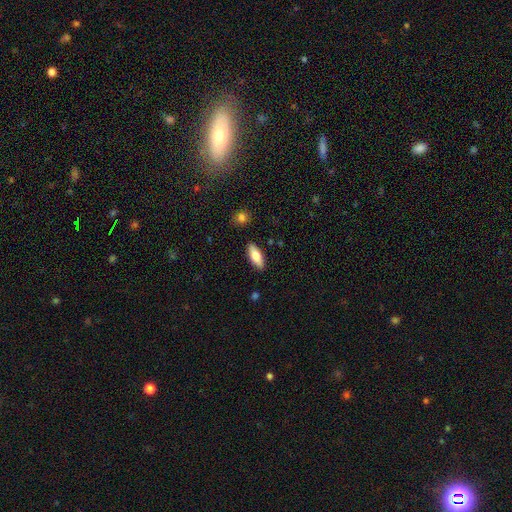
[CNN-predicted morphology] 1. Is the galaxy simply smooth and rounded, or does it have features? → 75% smooth, 18% featured or disk, 6% star or artifact.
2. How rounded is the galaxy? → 70% in between, 27% cigar-shaped, 2% round.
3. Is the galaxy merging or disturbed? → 87% none, 9% minor disturbance, 2% major disturbance, 2% merger.